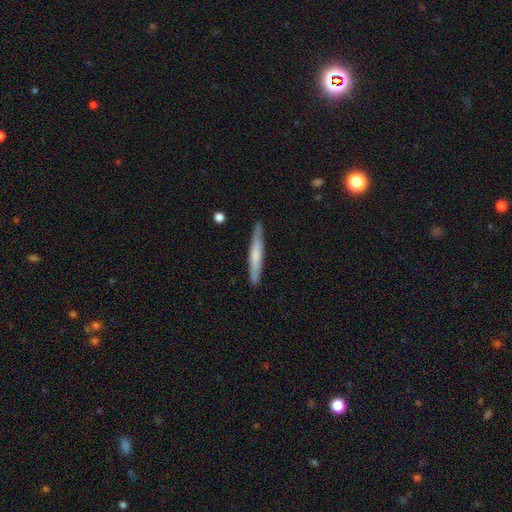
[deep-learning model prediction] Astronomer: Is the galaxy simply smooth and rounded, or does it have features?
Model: smooth — 58% (runner-up: featured or disk, 37%).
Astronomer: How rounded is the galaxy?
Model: cigar-shaped — 96%.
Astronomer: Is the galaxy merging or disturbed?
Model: none — 88%.